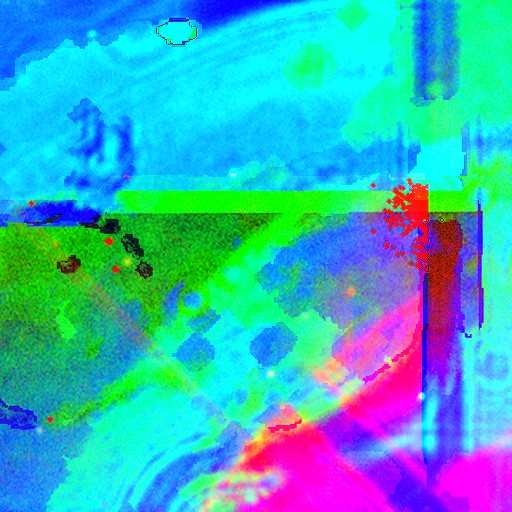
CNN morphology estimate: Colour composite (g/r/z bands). It shows a star or artifact, not a galaxy (83%).